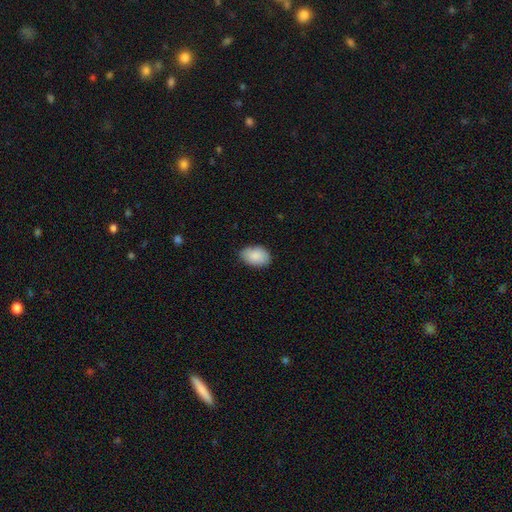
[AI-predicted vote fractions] Q: Smooth or featured?
A: smooth (88%); runner-up: star or artifact (6%)
Q: How rounded?
A: in between (88%); runner-up: round (11%)
Q: Merging?
A: none (80%); runner-up: minor disturbance (16%)